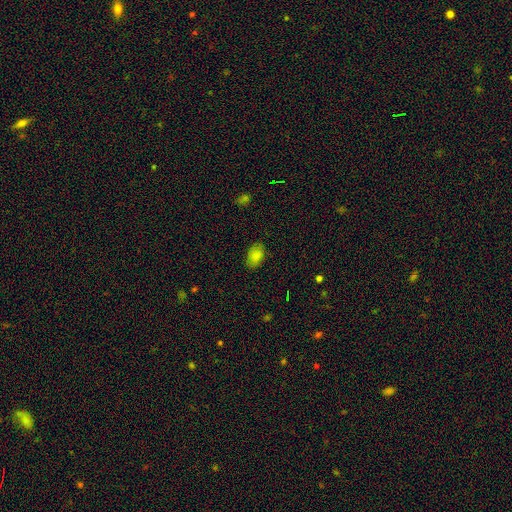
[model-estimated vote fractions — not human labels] Smooth or featured? Predicted: smooth (p=0.84). How rounded? Predicted: in between (p=0.90). Merging? Predicted: none (p=0.82).